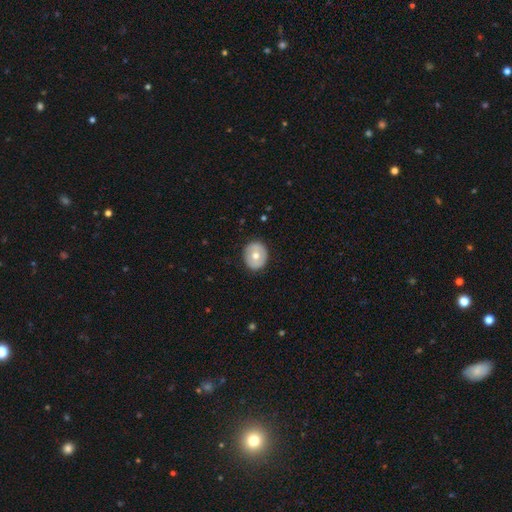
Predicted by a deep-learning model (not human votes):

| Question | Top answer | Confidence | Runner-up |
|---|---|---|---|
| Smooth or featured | smooth | 60% | featured or disk (34%) |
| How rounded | round | 75% | in between (24%) |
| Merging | none | 88% | minor disturbance (9%) |